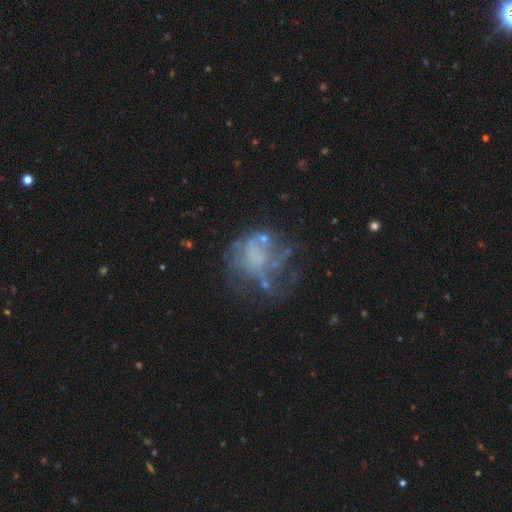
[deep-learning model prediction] The model was most divided on "merging": none: 38%, major disturbance: 34%, minor disturbance: 19%, merger: 9%. More confident: edge-on disk — no (98%); bar — no (90%); spiral arms — no (86%); bulge size — none (68%); smooth or featured — featured or disk (55%).